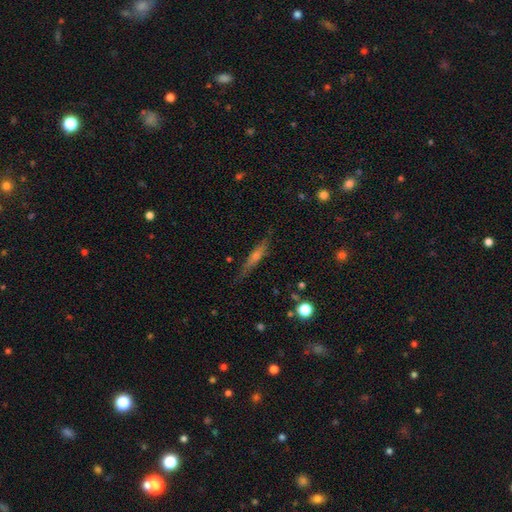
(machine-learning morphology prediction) A featured or disk galaxy (61%) viewed edge-on (94%) with a rounded central bulge (69%). Merging: none (84%).